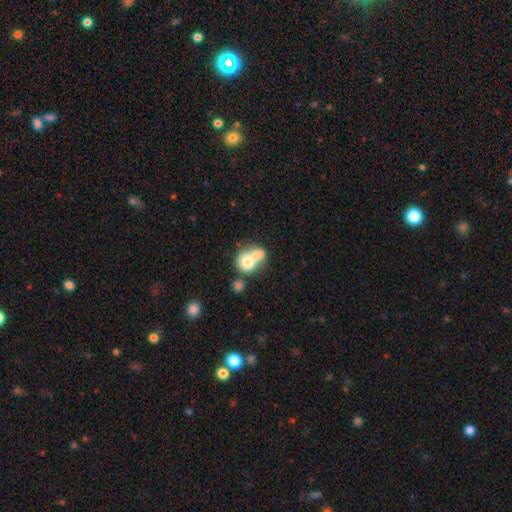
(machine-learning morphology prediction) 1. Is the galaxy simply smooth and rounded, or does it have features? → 65% smooth, 26% featured or disk, 9% star or artifact.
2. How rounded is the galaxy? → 56% round, 43% in between, 1% cigar-shaped.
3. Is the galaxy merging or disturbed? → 71% merger, 17% none, 7% minor disturbance, 5% major disturbance.